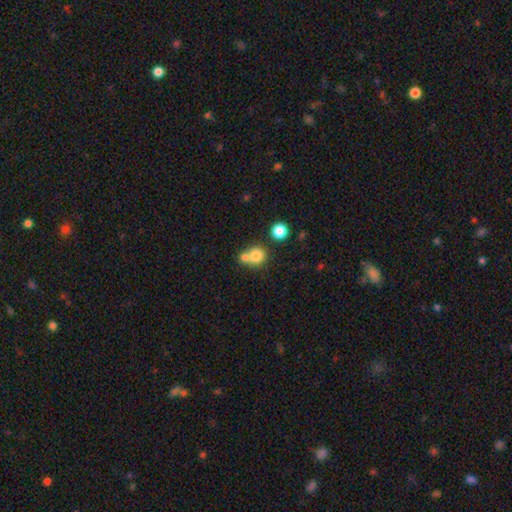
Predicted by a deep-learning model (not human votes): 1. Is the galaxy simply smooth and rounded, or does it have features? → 78% smooth, 11% star or artifact, 10% featured or disk.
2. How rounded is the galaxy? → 85% round, 14% in between, 1% cigar-shaped.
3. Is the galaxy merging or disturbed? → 48% merger, 43% none, 7% minor disturbance, 3% major disturbance.